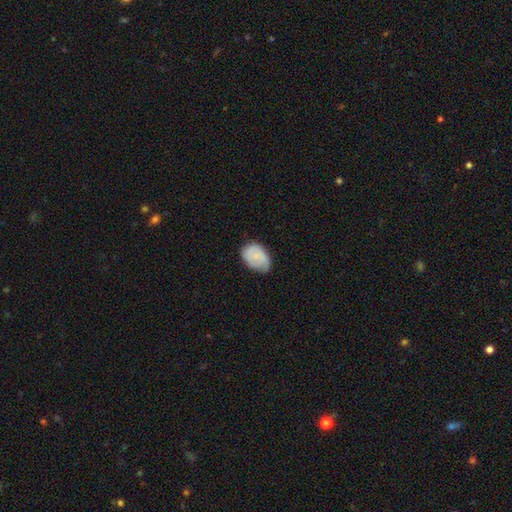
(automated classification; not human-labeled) A smooth galaxy with no disk features (74%) that is in between round and cigar-shaped (85%).

Vote fractions:
- Smooth or featured? smooth: 74% / featured or disk: 19% / star or artifact: 7%
- How rounded? in between: 85% / round: 14% / cigar-shaped: 1%
- Merging? none: 52% / minor disturbance: 38% / major disturbance: 8% / merger: 1%